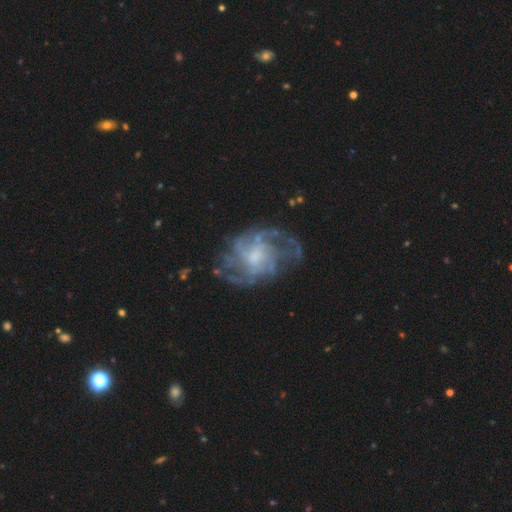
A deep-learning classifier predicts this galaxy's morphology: This appears to be a featured or disk galaxy (83%) with no bar (62%), medium (42%) spiral arms (90%) and a moderate central bulge (42%). Merging: none (66%).